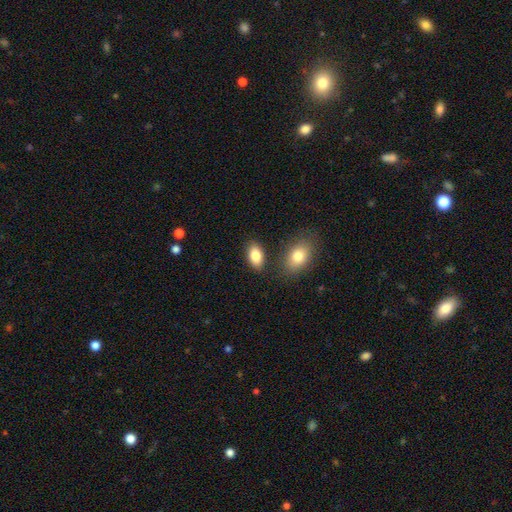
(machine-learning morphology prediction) Smooth or featured? Predicted: smooth (p=0.84). How rounded? Predicted: in between (p=0.92). Merging? Predicted: none (p=0.80).